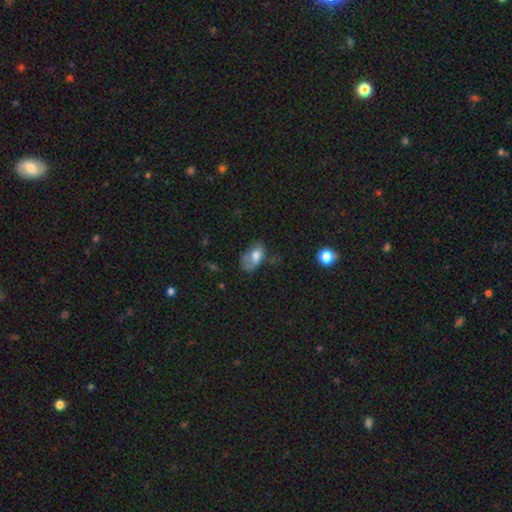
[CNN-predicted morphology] Q: Smooth or featured?
A: smooth (66%); runner-up: featured or disk (23%)
Q: How rounded?
A: in between (88%); runner-up: round (10%)
Q: Merging?
A: major disturbance (36%); runner-up: minor disturbance (31%)